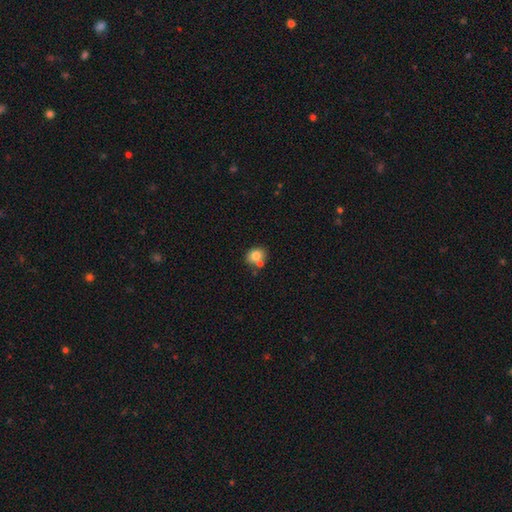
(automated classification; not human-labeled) Smooth or featured?
  - smooth: 80% *
  - featured or disk: 11%
  - star or artifact: 10%
How rounded?
  - round: 51% *
  - in between: 48%
  - cigar-shaped: 1%
Merging?
  - none: 56% *
  - merger: 26%
  - minor disturbance: 14%
  - major disturbance: 4%